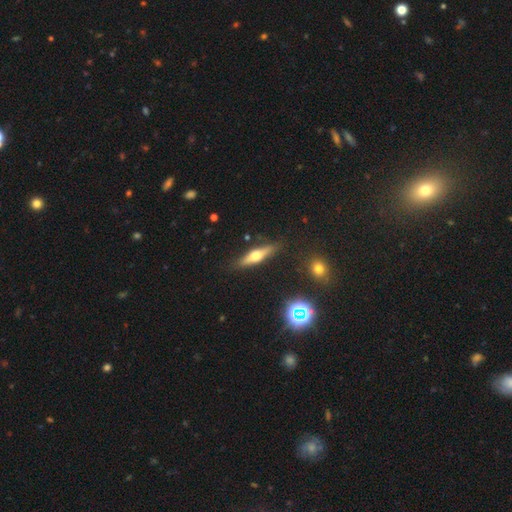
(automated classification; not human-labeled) This is possibly a featured or disk galaxy (55%). It is clearly viewed edge-on (93%). Edge-on bulge: clearly rounded (93%). Merging: clearly none (85%).